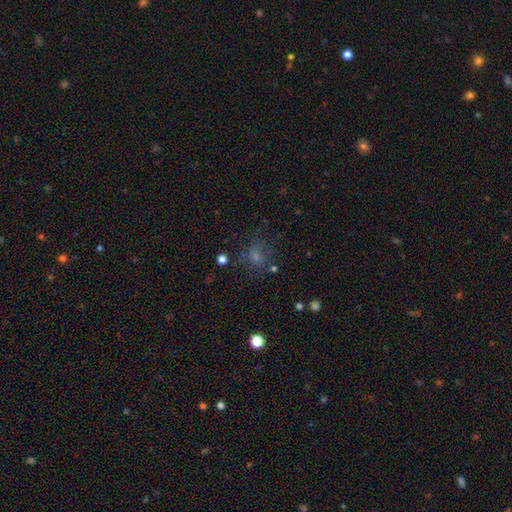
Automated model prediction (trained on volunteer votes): Smooth or featured? smooth (66%)
How rounded? round (65%)
Merging? none (63%)